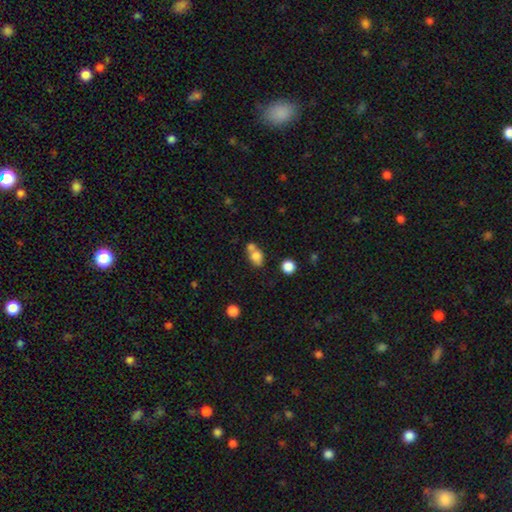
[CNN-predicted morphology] This is likely a smooth galaxy (76%). How rounded: likely in between (60%). Merging: possibly merger (46%).